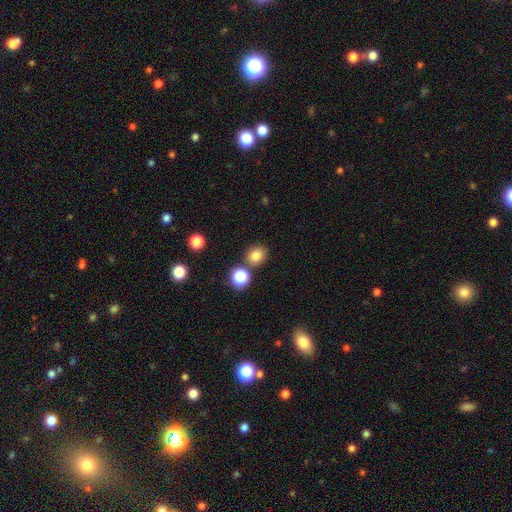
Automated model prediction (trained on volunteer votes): smooth 80%, star or artifact 14%, featured or disk 6%. Down the decision tree: how rounded — round (70%); merging — none (77%).